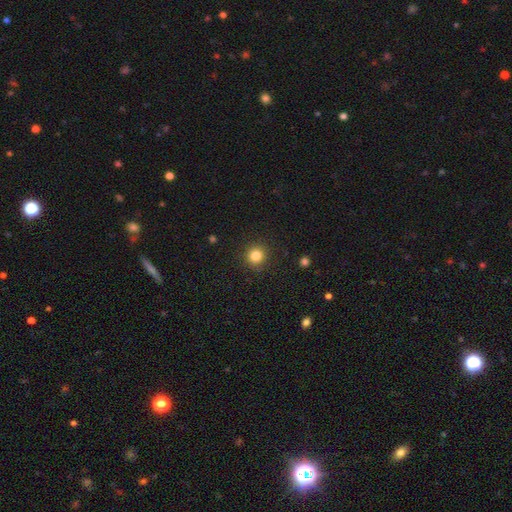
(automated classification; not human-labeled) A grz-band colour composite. It shows a smooth galaxy with no disk features (83%) that is round (93%). Merging: none (90%).